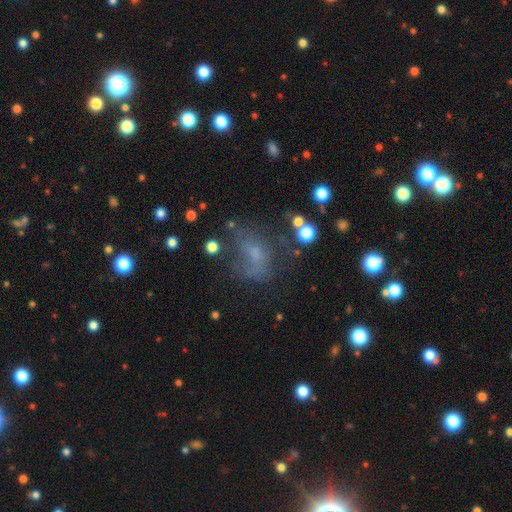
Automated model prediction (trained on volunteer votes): smooth_or_featured: smooth (p=0.44) [alt: featured or disk p=0.33]
merging: none (p=0.43) [alt: major disturbance p=0.27]